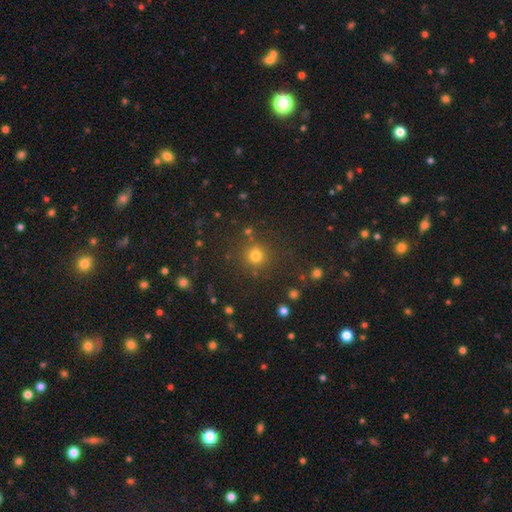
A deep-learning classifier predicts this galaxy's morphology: type=smooth (76%); roundness=round (93%); merging=none (83%).